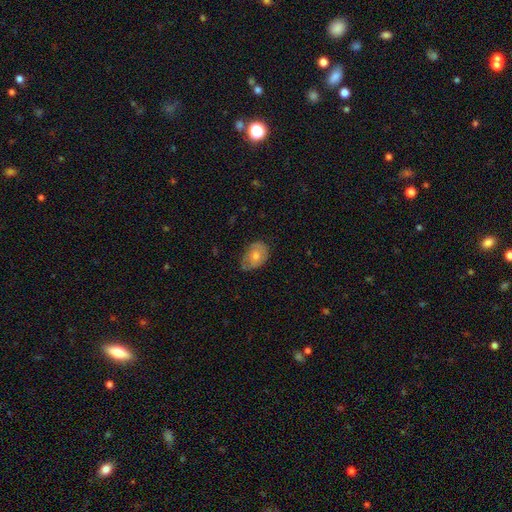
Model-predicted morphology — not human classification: smooth_or_featured: smooth (p=0.60) [alt: featured or disk p=0.31]
how_rounded: in between (p=0.77) [alt: round p=0.22]
merging: none (p=0.64) [alt: minor disturbance p=0.29]